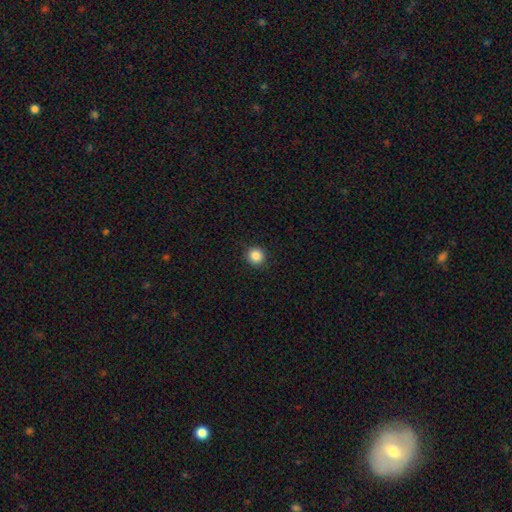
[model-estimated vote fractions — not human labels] Smooth or featured? smooth (86%)
How rounded? round (93%)
Merging? none (92%)